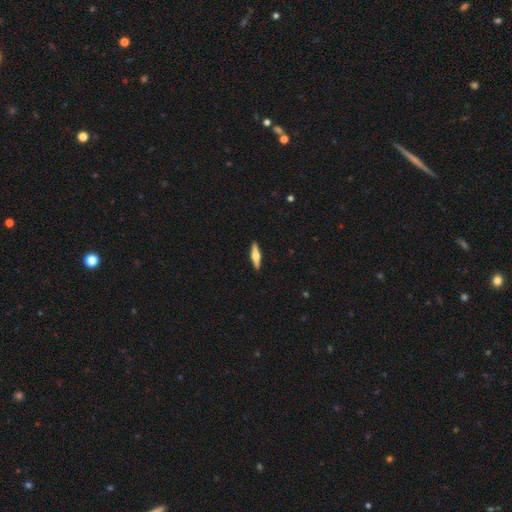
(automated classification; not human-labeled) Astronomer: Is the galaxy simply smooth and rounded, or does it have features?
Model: featured or disk — 49% (runner-up: smooth, 45%).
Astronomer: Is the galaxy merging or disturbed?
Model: none — 91%.